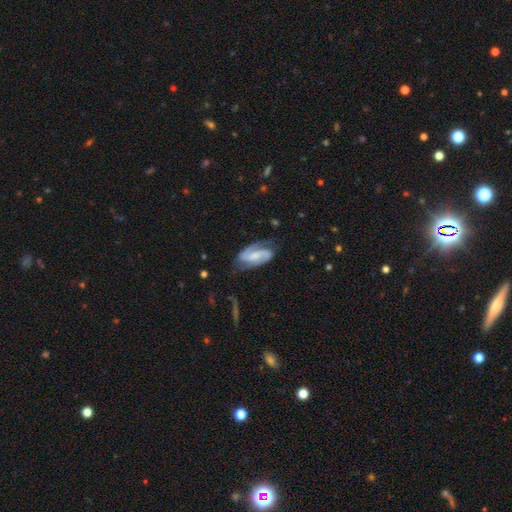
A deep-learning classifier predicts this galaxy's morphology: type=featured or disk (82%); edge-on=no (97%); bar=weak (41%); spiral arms=yes (96%); winding=medium (47%); arm count=2 (87%); bulge=small (37%); merging=none (66%).